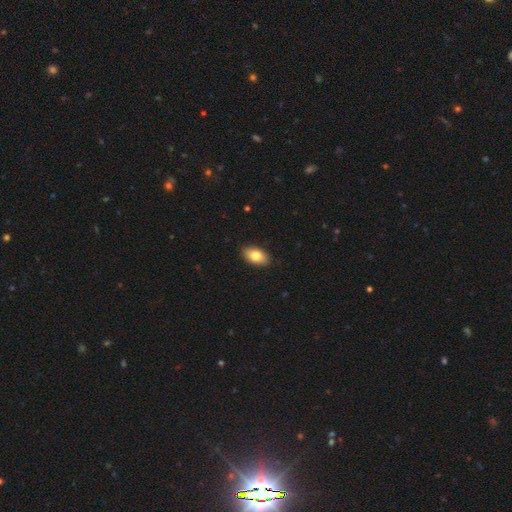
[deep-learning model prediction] smooth_or_featured: smooth (p=0.81) [alt: featured or disk p=0.12]
how_rounded: in between (p=0.93) [alt: round p=0.05]
merging: none (p=0.89) [alt: minor disturbance p=0.09]